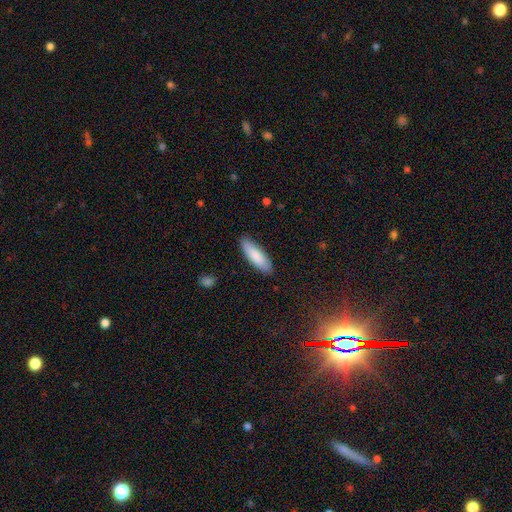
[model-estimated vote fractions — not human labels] Smooth or featured: smooth — 85% (featured or disk — 10%)
How rounded: in between — 50% (cigar-shaped — 49%)
Merging: none — 88% (minor disturbance — 9%)